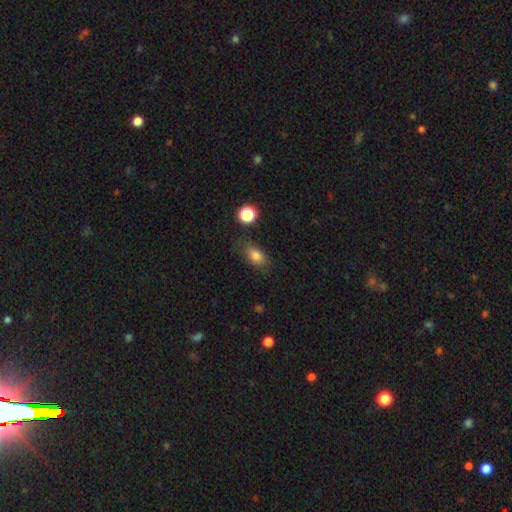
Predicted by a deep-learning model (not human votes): Smooth or featured?
  - smooth: 81% *
  - star or artifact: 11%
  - featured or disk: 8%
How rounded?
  - in between: 82% *
  - round: 14%
  - cigar-shaped: 4%
Merging?
  - none: 78% *
  - minor disturbance: 15%
  - major disturbance: 4%
  - merger: 3%